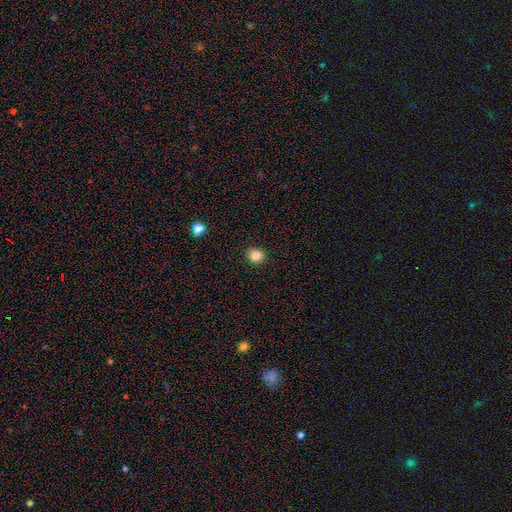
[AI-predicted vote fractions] Morphology: type=smooth (84%); roundness=round (84%); merging=none (92%).